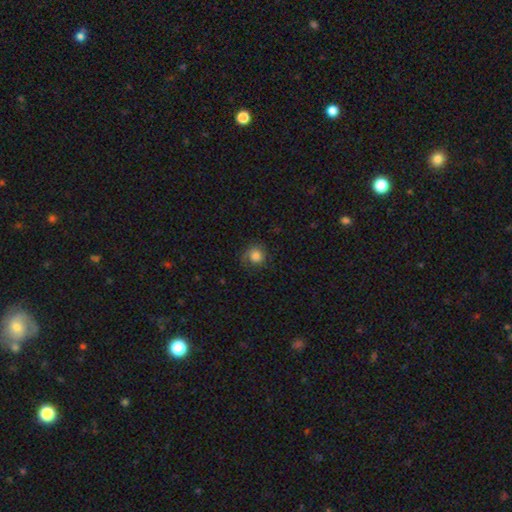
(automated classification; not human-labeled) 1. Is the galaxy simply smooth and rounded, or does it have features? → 76% smooth, 14% featured or disk, 10% star or artifact.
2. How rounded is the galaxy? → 87% round, 12% in between, 1% cigar-shaped.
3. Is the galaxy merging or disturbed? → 69% none, 20% minor disturbance, 10% major disturbance, 1% merger.